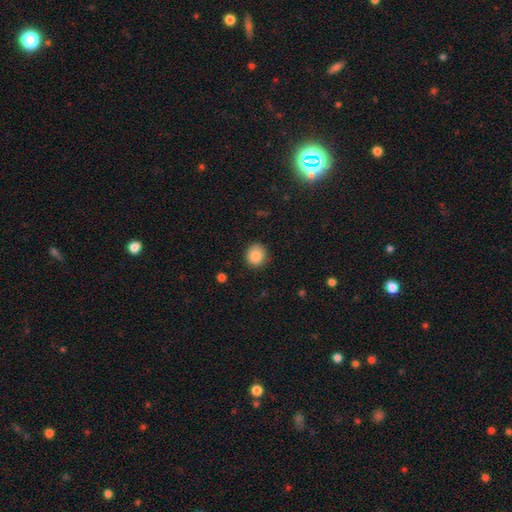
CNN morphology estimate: The model was most divided on "how rounded": round: 87%, in between: 12%, cigar-shaped: 1%. More confident: merging — none (88%); smooth or featured — smooth (87%).